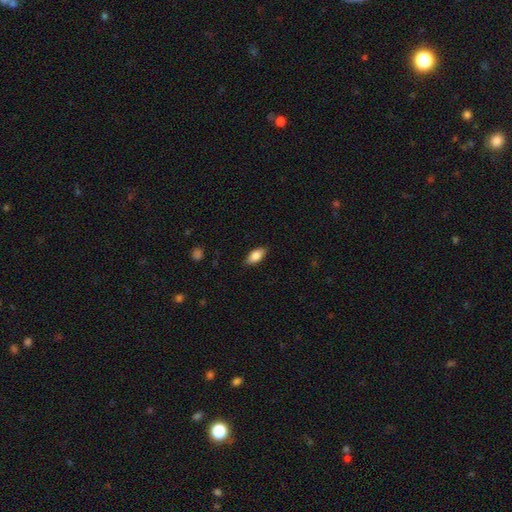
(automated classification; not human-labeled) Morphology: type=smooth (84%); roundness=in between (90%); merging=none (85%).